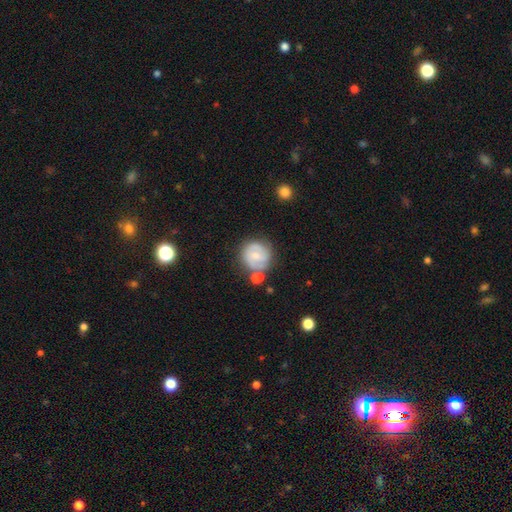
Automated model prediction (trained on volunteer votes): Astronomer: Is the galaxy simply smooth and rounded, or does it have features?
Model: featured or disk — 60%.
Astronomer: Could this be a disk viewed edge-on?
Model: no — 98%.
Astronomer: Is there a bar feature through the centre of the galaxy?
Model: no — 49% (runner-up: weak, 43%).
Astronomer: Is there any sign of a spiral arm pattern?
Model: yes — 87%.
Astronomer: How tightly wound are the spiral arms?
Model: tight — 50% (runner-up: medium, 38%).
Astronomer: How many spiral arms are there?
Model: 2 — 56%.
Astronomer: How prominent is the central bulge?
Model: small — 57%.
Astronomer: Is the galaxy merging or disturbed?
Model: none — 59%.